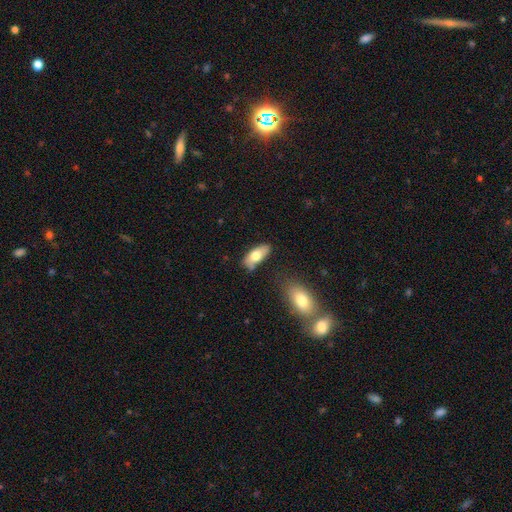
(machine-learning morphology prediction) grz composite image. It shows a smooth galaxy with no disk features (72%) that is in between round and cigar-shaped (85%). Merging: none (70%).